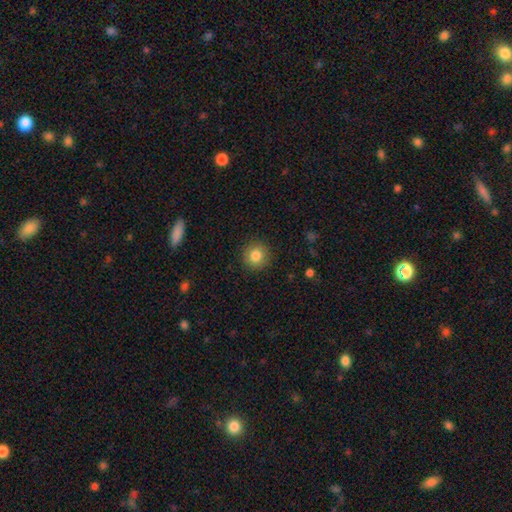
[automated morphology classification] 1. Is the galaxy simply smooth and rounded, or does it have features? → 83% smooth, 9% star or artifact, 7% featured or disk.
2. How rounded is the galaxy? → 93% round, 6% in between, 1% cigar-shaped.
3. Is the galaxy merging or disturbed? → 90% none, 7% minor disturbance, 2% major disturbance, 1% merger.